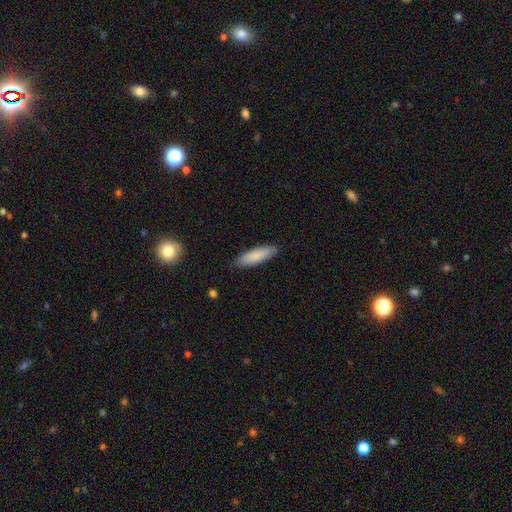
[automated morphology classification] Smooth or featured? smooth (85%)
How rounded? cigar-shaped (57%)
Merging? none (87%)